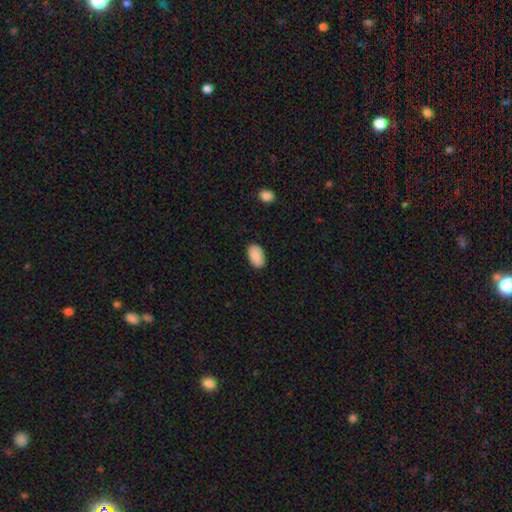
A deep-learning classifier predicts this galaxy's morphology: smooth_or_featured: smooth (p=0.89) [alt: star or artifact p=0.06]
how_rounded: in between (p=0.94) [alt: round p=0.05]
merging: none (p=0.85) [alt: minor disturbance p=0.12]